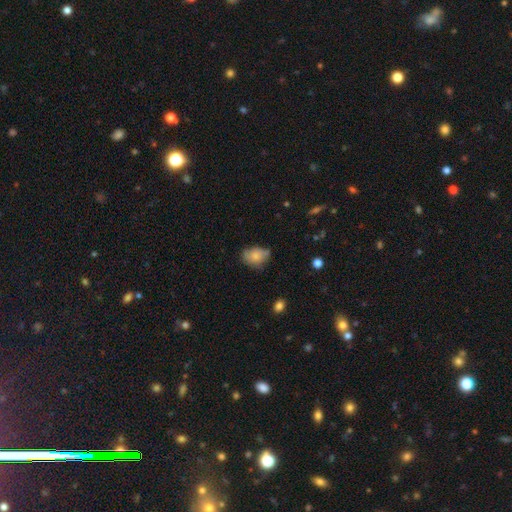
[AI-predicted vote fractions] Overall: smooth (75%). How rounded: in between (78%). Merging: none (54%; minor disturbance 35%).